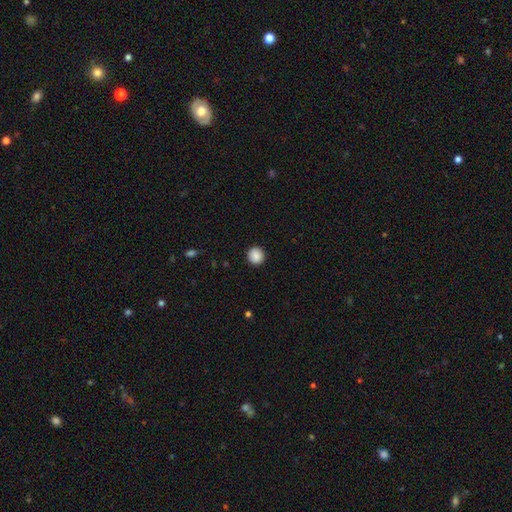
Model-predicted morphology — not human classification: Overall: smooth (88%). How rounded: round (92%). Merging: none (91%).